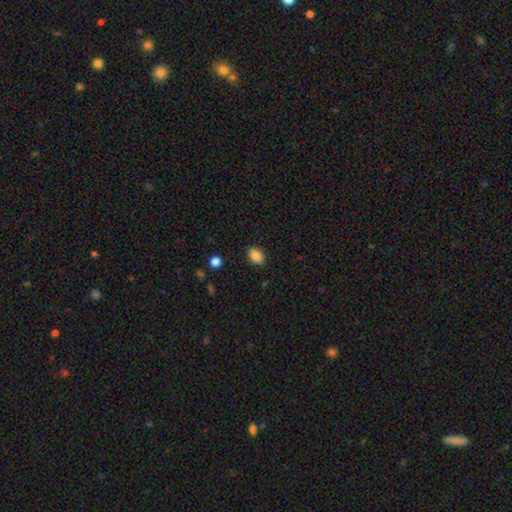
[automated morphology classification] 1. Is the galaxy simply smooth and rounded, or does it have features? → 87% smooth, 9% star or artifact, 5% featured or disk.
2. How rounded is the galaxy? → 86% in between, 12% round, 2% cigar-shaped.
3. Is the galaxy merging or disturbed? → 88% none, 9% minor disturbance, 2% major disturbance, 1% merger.